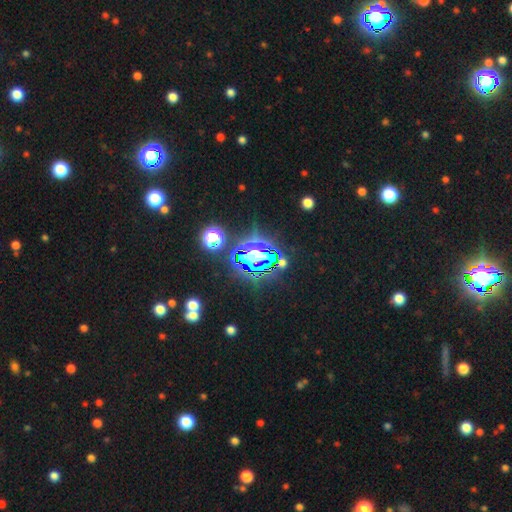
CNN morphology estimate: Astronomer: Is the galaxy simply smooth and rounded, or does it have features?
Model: star or artifact — 72%.